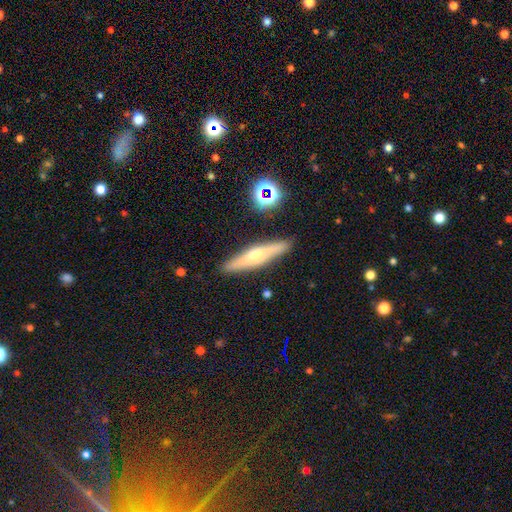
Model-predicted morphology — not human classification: type=featured or disk (49%); merging=none (88%).